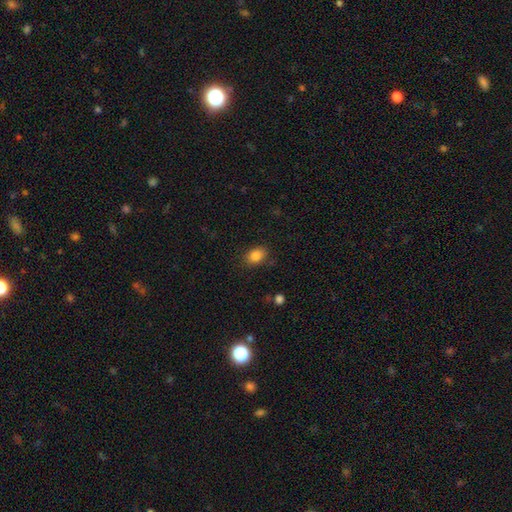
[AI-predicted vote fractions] smooth 84%, star or artifact 10%, featured or disk 6%. Down the decision tree: how rounded — in between (73%); merging — none (81%).